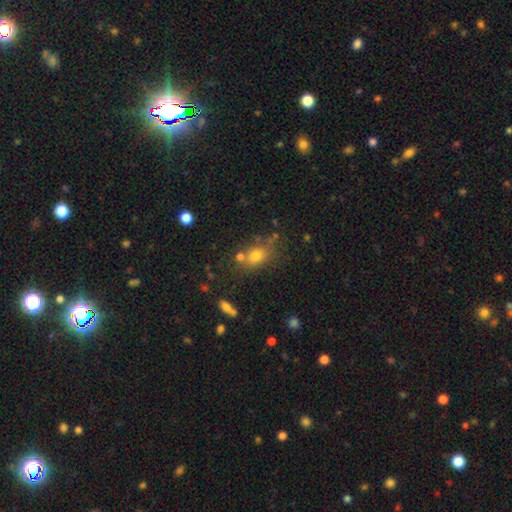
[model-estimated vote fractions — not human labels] Morphology: type=smooth (73%); roundness=in between (61%); merging=none (63%).